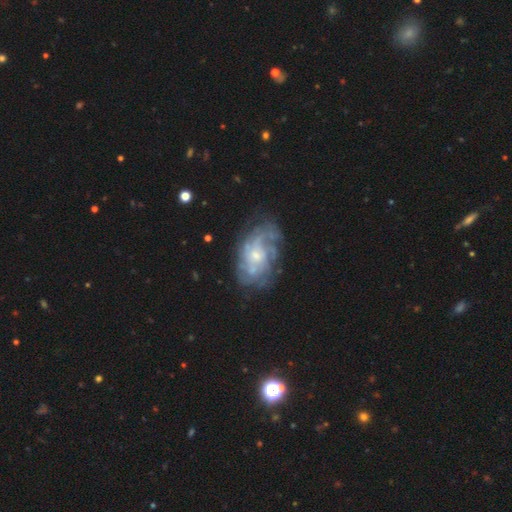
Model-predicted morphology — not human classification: Smooth or featured: featured or disk — 81% (smooth — 13%)
Edge-on disk: no — 97% (yes — 3%)
Bar: no — 71% (weak — 25%)
Spiral arms: yes — 87% (no — 13%)
Spiral winding: tight — 51% (medium — 34%)
Spiral arm count: can't tell — 49% (2 — 13%)
Bulge size: small — 58% (moderate — 35%)
Merging: none — 62% (minor disturbance — 21%)